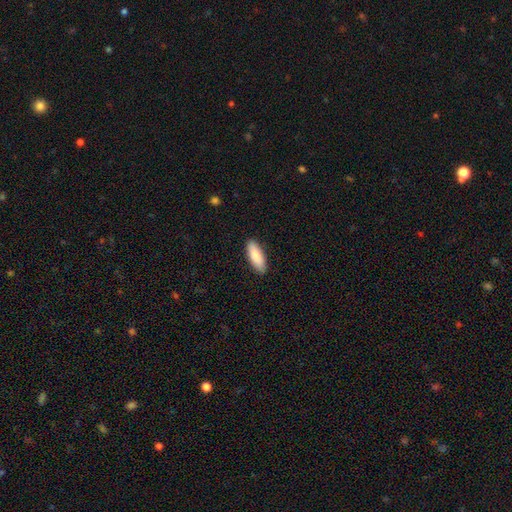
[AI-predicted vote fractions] smooth 87%, featured or disk 8%, star or artifact 5%. Down the decision tree: how rounded — in between (67%); merging — none (89%).